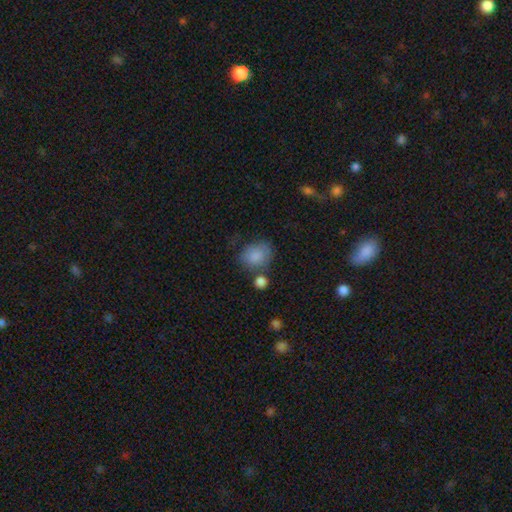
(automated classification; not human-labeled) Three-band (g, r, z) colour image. It shows a smooth galaxy with no disk features (85%) that is in between round and cigar-shaped (51%). Merging: none (57%).